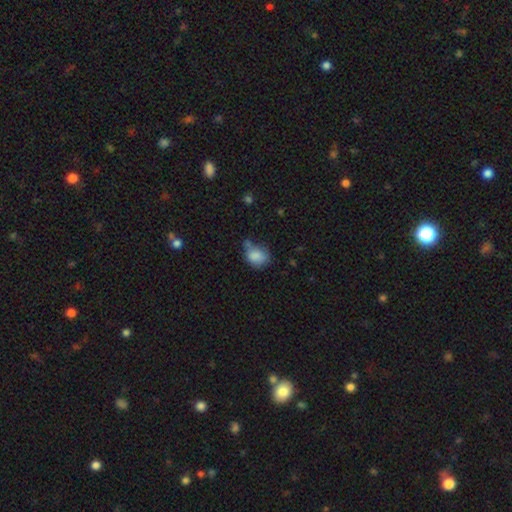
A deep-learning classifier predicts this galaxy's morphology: Q: Smooth or featured?
A: smooth (80%); runner-up: star or artifact (10%)
Q: How rounded?
A: in between (57%); runner-up: round (41%)
Q: Merging?
A: none (41%); runner-up: minor disturbance (33%)